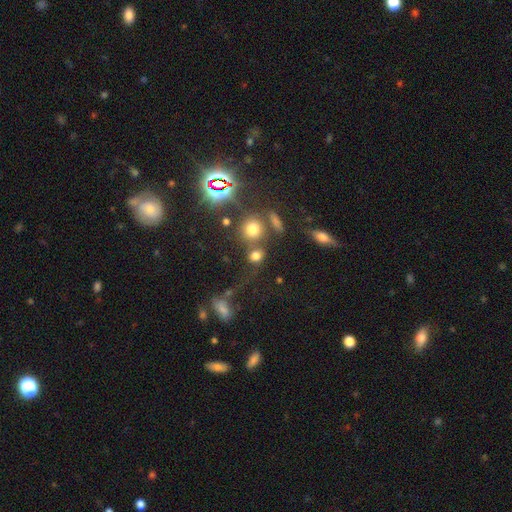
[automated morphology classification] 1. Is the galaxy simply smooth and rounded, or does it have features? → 69% smooth, 22% star or artifact, 9% featured or disk.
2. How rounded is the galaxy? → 73% round, 24% in between, 3% cigar-shaped.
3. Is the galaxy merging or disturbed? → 53% none, 26% merger, 12% minor disturbance, 9% major disturbance.